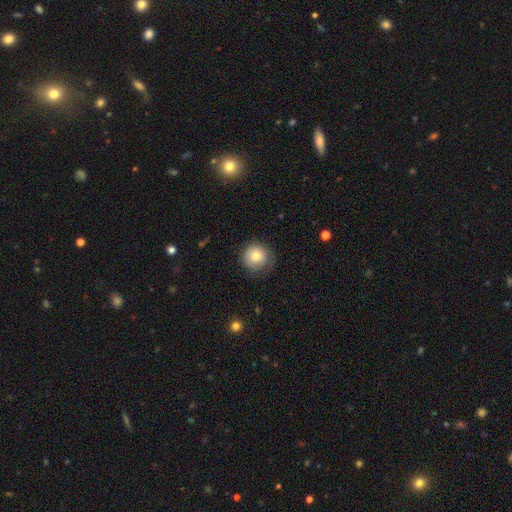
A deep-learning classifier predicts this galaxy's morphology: smooth 79%, featured or disk 13%, star or artifact 8%. Down the decision tree: how rounded — round (93%); merging — none (73%).